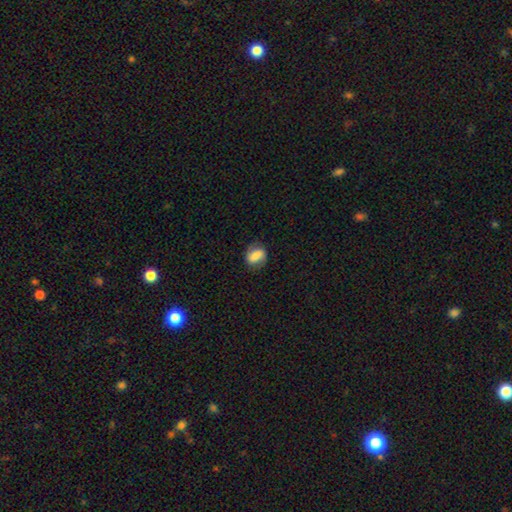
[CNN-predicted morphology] Smooth or featured? smooth (64%)
How rounded? in between (68%)
Merging? none (77%)